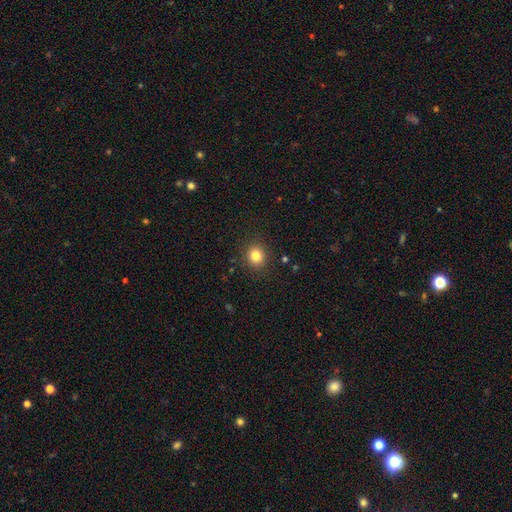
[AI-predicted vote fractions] This appears to be a smooth galaxy with no disk features (82%) that is round (83%). Merging: none (90%).